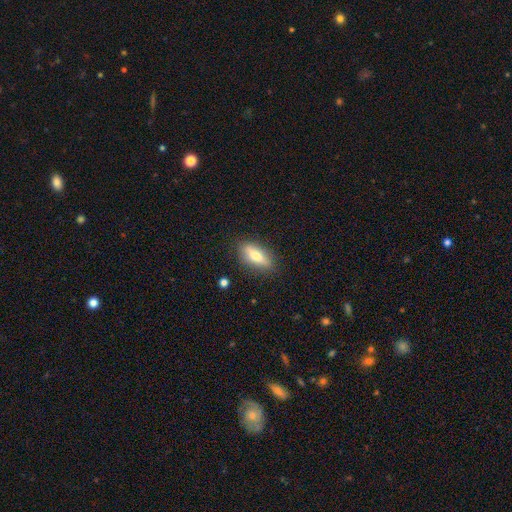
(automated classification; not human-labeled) smooth_or_featured: smooth (p=0.63) [alt: featured or disk p=0.30]
how_rounded: in between (p=0.61) [alt: cigar-shaped p=0.36]
merging: none (p=0.85) [alt: minor disturbance p=0.11]